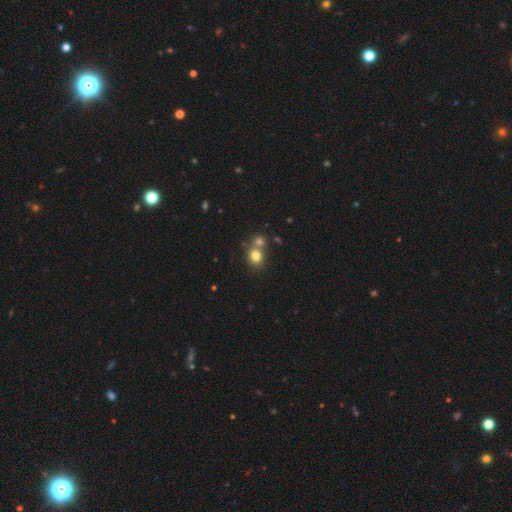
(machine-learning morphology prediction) smooth-or-featured: smooth: 79% | star or artifact: 13% | featured or disk: 9%
  how-rounded: round: 79% | in between: 20% | cigar-shaped: 1%
  merging: none: 51% | merger: 38% | minor disturbance: 7% | major disturbance: 3%